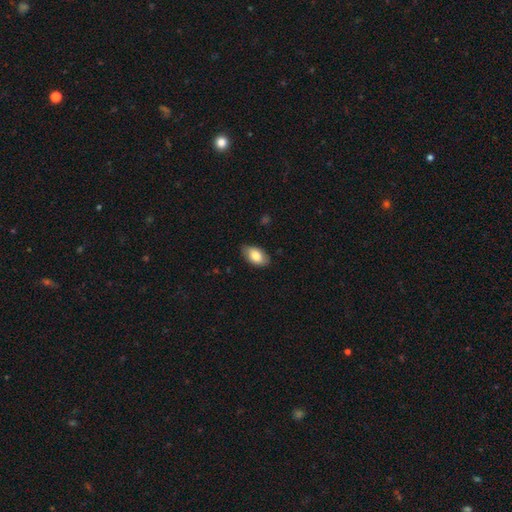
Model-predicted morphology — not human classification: smooth_or_featured: smooth (p=0.81) [alt: featured or disk p=0.13]
how_rounded: in between (p=0.93) [alt: round p=0.05]
merging: none (p=0.80) [alt: minor disturbance p=0.16]